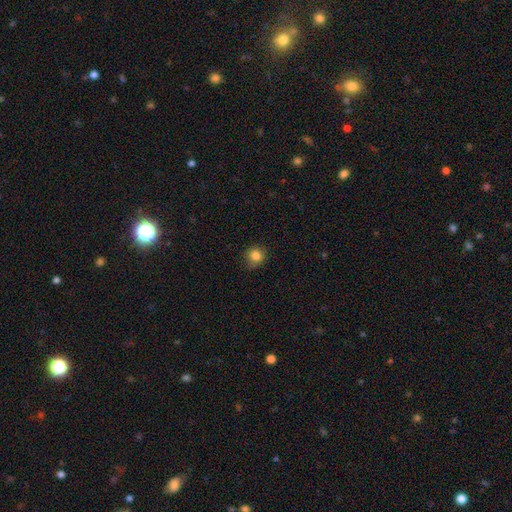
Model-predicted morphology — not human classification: This is clearly a smooth galaxy (84%). How rounded: clearly round (83%). Merging: likely none (78%).